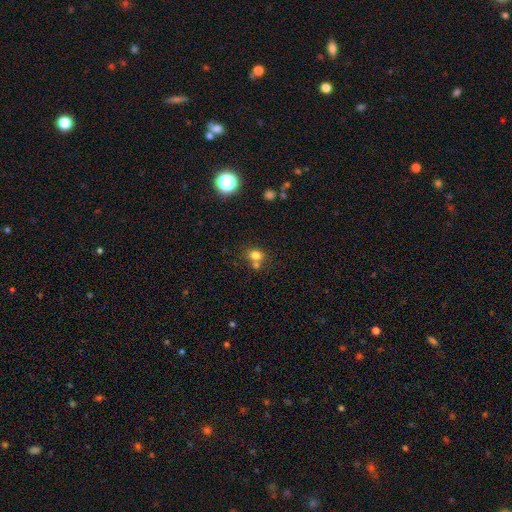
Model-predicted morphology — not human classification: A smooth galaxy with no disk features (77%) that is round (64%).

Vote fractions:
- Smooth or featured? smooth: 77% / star or artifact: 14% / featured or disk: 9%
- How rounded? round: 64% / in between: 35% / cigar-shaped: 1%
- Merging? none: 52% / merger: 34% / minor disturbance: 10% / major disturbance: 4%